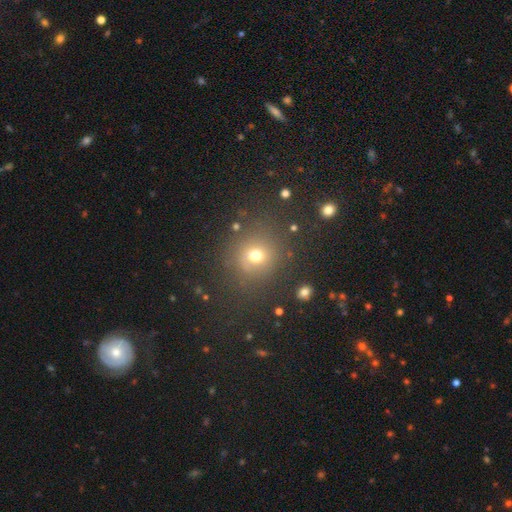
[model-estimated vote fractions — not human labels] Q: Smooth or featured?
A: smooth (69%); runner-up: star or artifact (20%)
Q: How rounded?
A: round (87%); runner-up: in between (12%)
Q: Merging?
A: none (79%); runner-up: minor disturbance (11%)